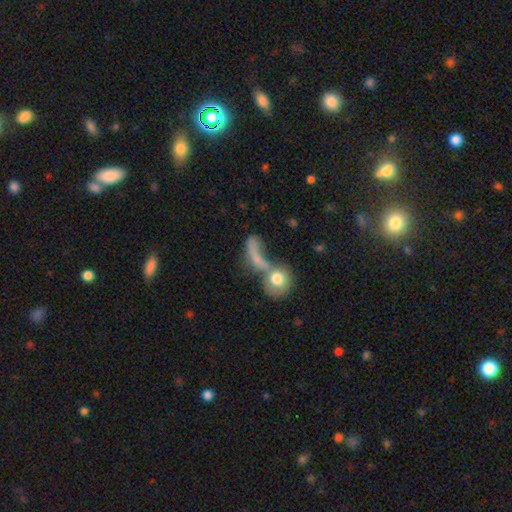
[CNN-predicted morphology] smooth_or_featured: smooth (p=0.63) [alt: featured or disk p=0.26]
how_rounded: in between (p=0.44) [alt: round p=0.36]
merging: merger (p=0.54) [alt: major disturbance p=0.20]